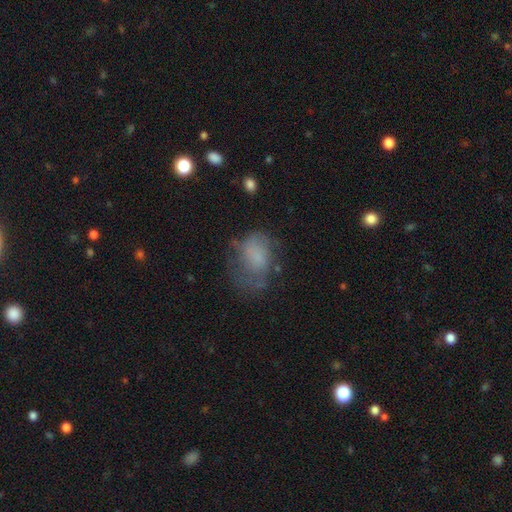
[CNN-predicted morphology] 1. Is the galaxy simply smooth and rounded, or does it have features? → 58% smooth, 29% featured or disk, 12% star or artifact.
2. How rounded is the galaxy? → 74% in between, 25% round, 1% cigar-shaped.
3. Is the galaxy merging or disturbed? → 39% none, 31% major disturbance, 28% minor disturbance, 3% merger.